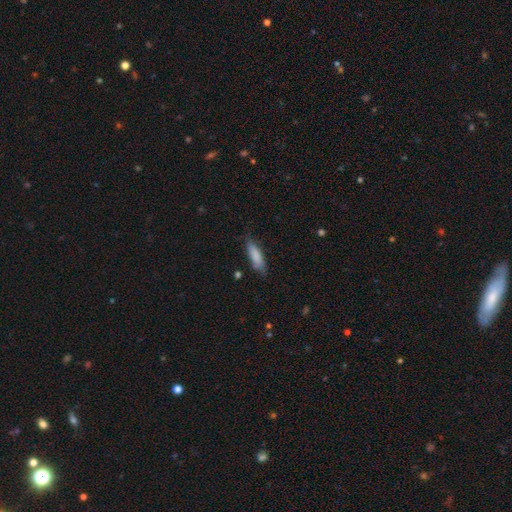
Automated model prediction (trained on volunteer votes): Smooth or featured? Predicted: smooth (p=0.82). How rounded? Predicted: cigar-shaped (p=0.53). Merging? Predicted: none (p=0.70).